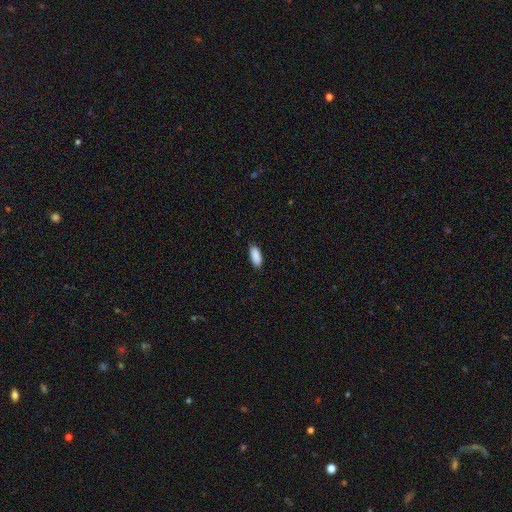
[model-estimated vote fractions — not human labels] Overall: smooth (90%). How rounded: in between (85%). Merging: none (87%).